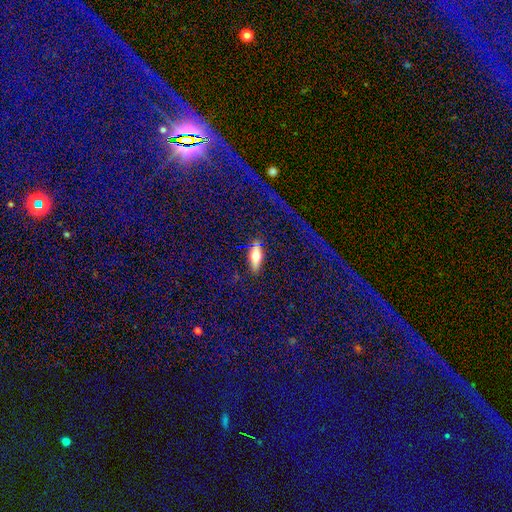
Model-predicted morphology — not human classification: Smooth or featured: smooth — 58% (featured or disk — 30%)
How rounded: in between — 64% (cigar-shaped — 29%)
Merging: none — 83% (minor disturbance — 11%)